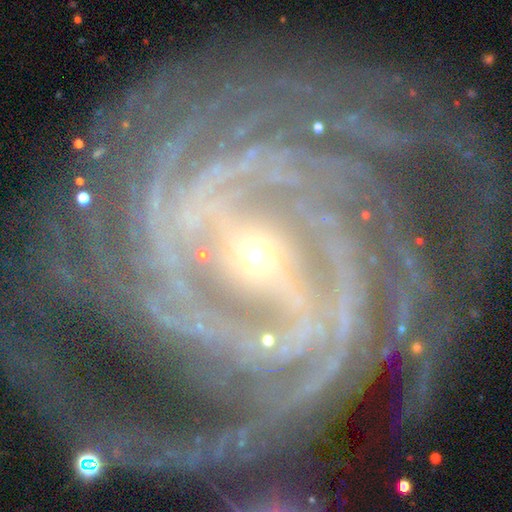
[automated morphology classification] The model was most divided on "spiral arm count": more than 4: 24%, 4: 22%, can't tell: 16%, 2: 15%, 3: 14%, 1: 10%. More confident: spiral arms — yes (98%); edge-on disk — no (97%); smooth or featured — featured or disk (92%); bulge size — small (78%); spiral winding — tight (73%); merging — none (70%); bar — strong (54%).